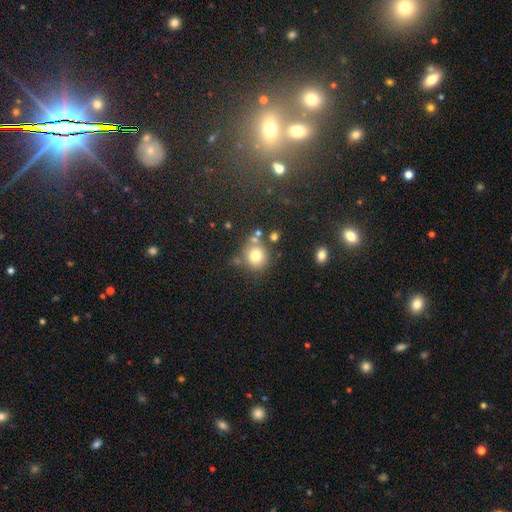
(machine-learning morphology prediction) This is likely a smooth galaxy (75%). How rounded: clearly round (87%). Merging: likely none (67%).